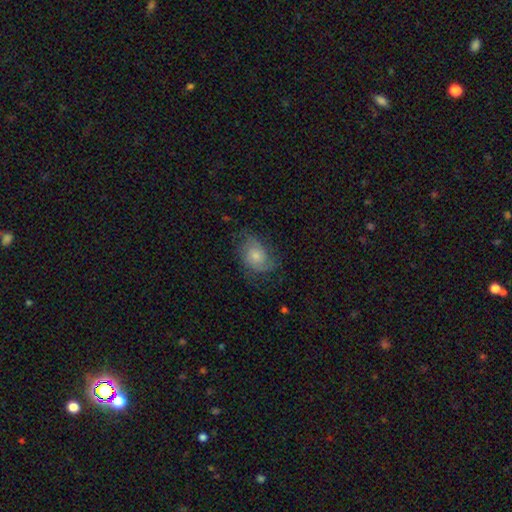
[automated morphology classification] A featured or disk galaxy (54%) with no bar (78%), spiral arms (85%) and a moderate central bulge (46%).

Vote fractions:
- Smooth or featured? featured or disk: 54% / smooth: 37% / star or artifact: 10%
- Edge-on disk? no: 96% / yes: 4%
- Bar? no: 78% / weak: 19% / strong: 3%
- Spiral arms? yes: 85% / no: 15%
- Bulge size? moderate: 46% / small: 43% / large: 5% / none: 4% / dominant: 2%
- Merging? none: 63% / minor disturbance: 24% / major disturbance: 12% / merger: 1%